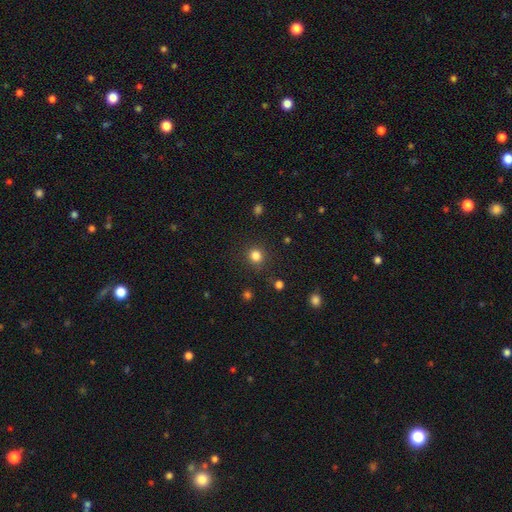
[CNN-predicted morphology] Smooth or featured? Predicted: smooth (p=0.82). How rounded? Predicted: round (p=0.91). Merging? Predicted: none (p=0.88).